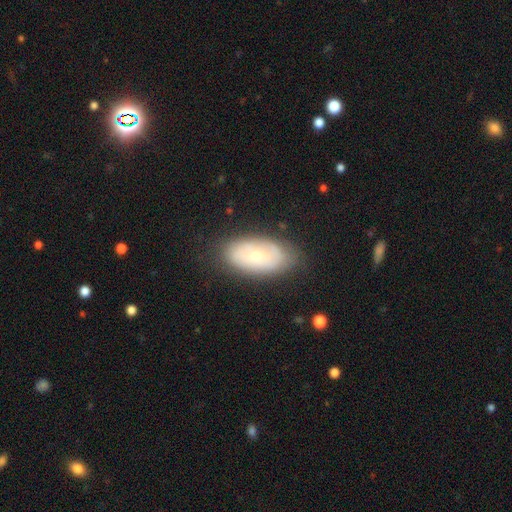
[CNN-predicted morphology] type=smooth (49%); merging=none (76%).